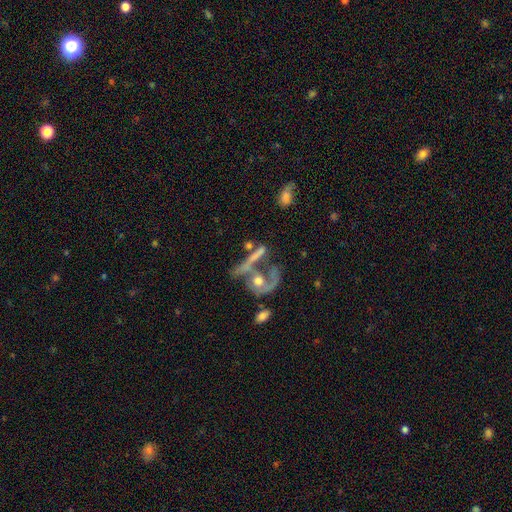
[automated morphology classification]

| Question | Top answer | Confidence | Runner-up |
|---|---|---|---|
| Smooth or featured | featured or disk | 55% | smooth (34%) |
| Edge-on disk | no | 78% | yes (22%) |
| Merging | merger | 40% | none (26%) |